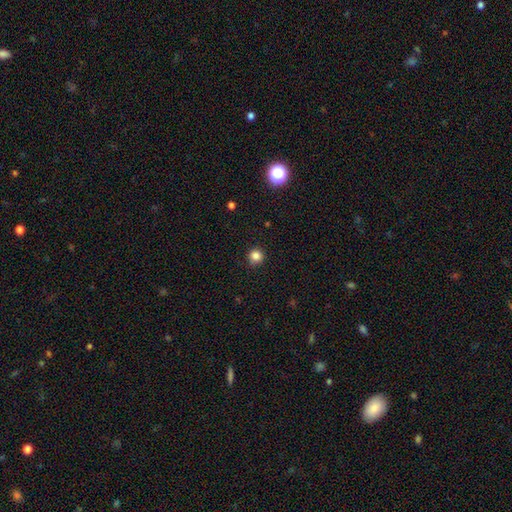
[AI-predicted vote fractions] Morphology: type=smooth (83%); roundness=round (94%); merging=none (90%).